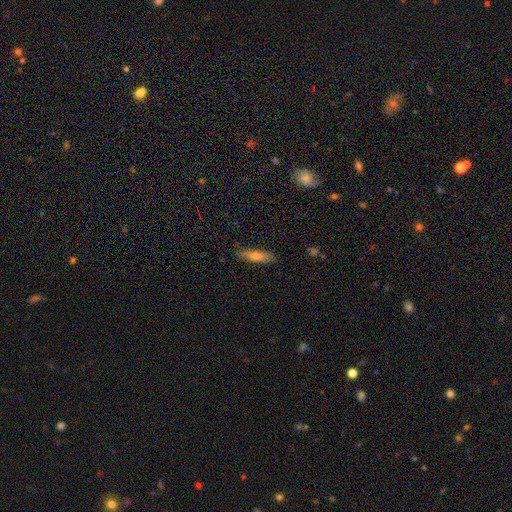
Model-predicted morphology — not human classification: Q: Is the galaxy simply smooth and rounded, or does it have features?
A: smooth — 63%.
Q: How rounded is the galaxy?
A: cigar-shaped — 78%.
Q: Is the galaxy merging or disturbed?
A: none — 85%.